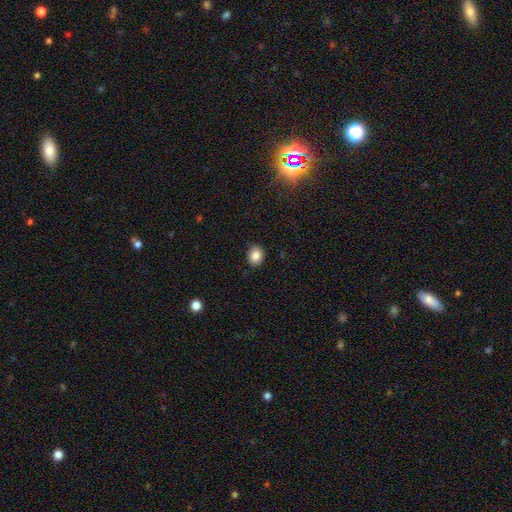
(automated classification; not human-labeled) This is clearly a smooth galaxy (84%). How rounded: likely round (63%). Merging: clearly none (88%).